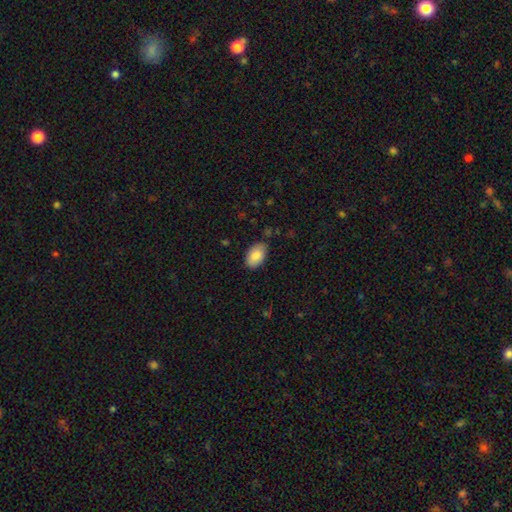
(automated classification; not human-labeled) This is clearly a smooth galaxy (85%). How rounded: clearly in between (93%). Merging: clearly none (81%).